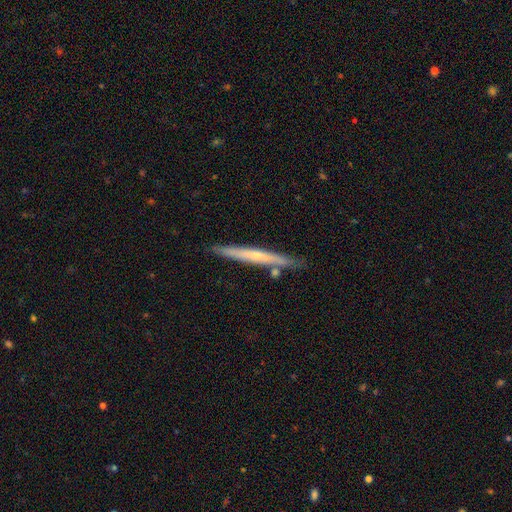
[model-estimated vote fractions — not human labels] featured or disk 54%, smooth 40%, star or artifact 6%. Down the decision tree: edge-on disk — yes (95%); edge-on bulge — none (54%); merging — none (84%).